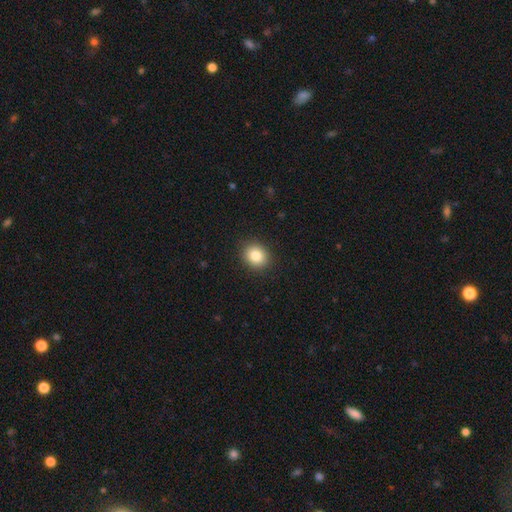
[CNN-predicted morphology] The model was most divided on "how rounded": round: 71%, in between: 28%, cigar-shaped: 1%. More confident: merging — none (90%); smooth or featured — smooth (85%).